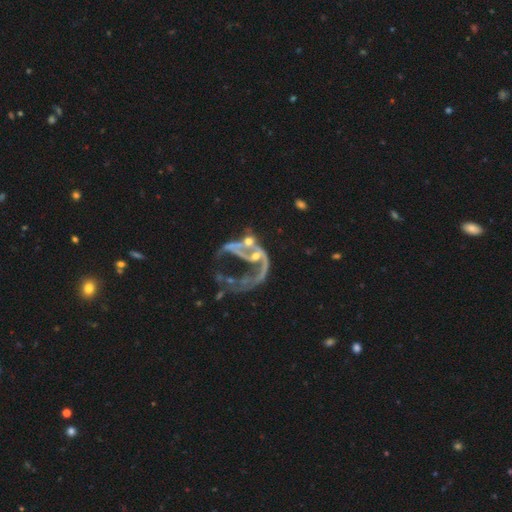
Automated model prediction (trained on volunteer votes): This is clearly a featured or disk galaxy (80%). It is clearly not viewed edge-on (97%). Bar: likely no (64%). Spiral arm pattern: likely yes (66%). Spiral arm count: marginally 1 (44%). Spiral winding: likely loose (73%). Central bulge: marginally small (45%). Merging: marginally major disturbance (40%).